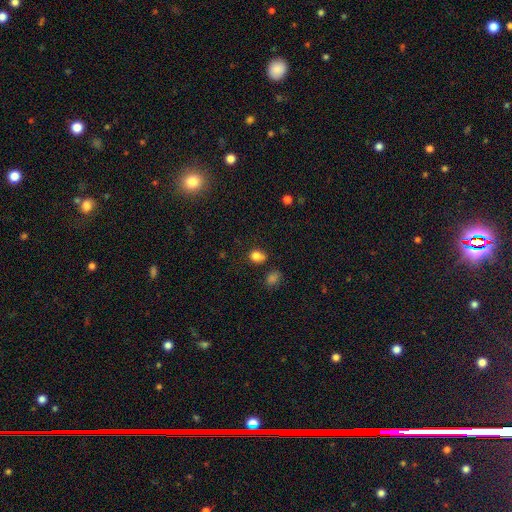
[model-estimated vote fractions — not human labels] Smooth or featured? smooth (81%)
How rounded? round (59%)
Merging? none (62%)